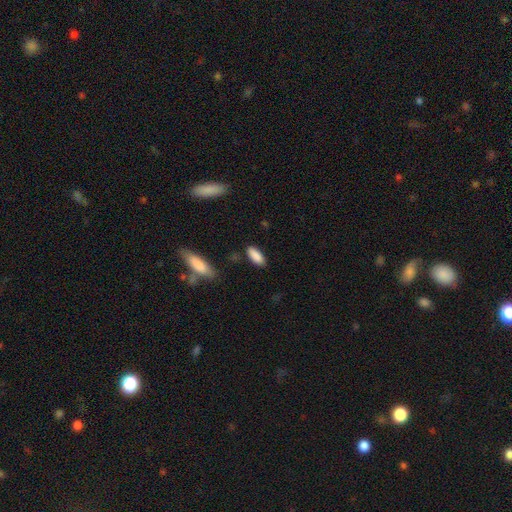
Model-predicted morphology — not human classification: This is clearly a smooth galaxy (88%). How rounded: likely in between (77%). Merging: clearly none (82%).